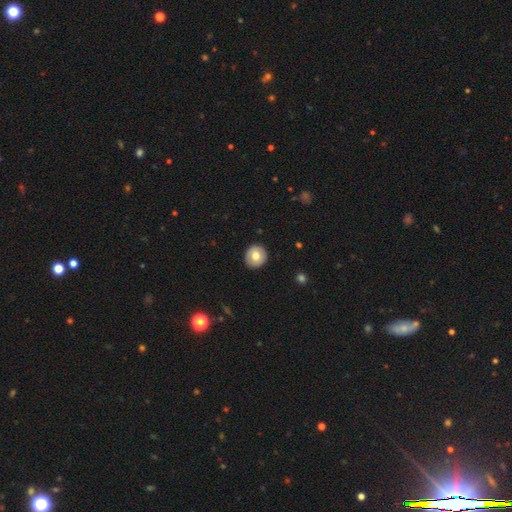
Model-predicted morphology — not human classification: Overall: smooth (73%). How rounded: round (88%). Merging: none (91%).